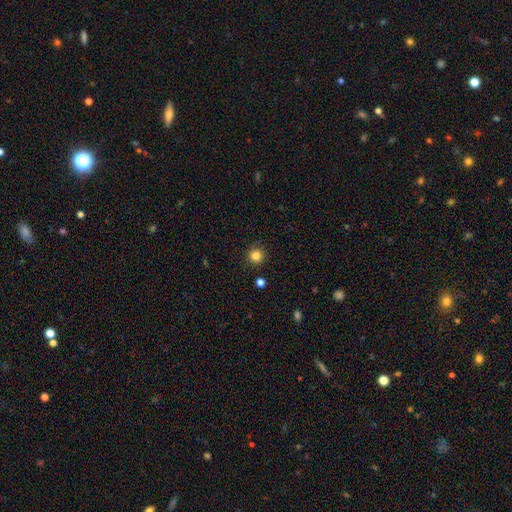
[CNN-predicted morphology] smooth_or_featured: smooth (p=0.83) [alt: star or artifact p=0.12]
how_rounded: round (p=0.95) [alt: in between p=0.04]
merging: none (p=0.89) [alt: minor disturbance p=0.07]